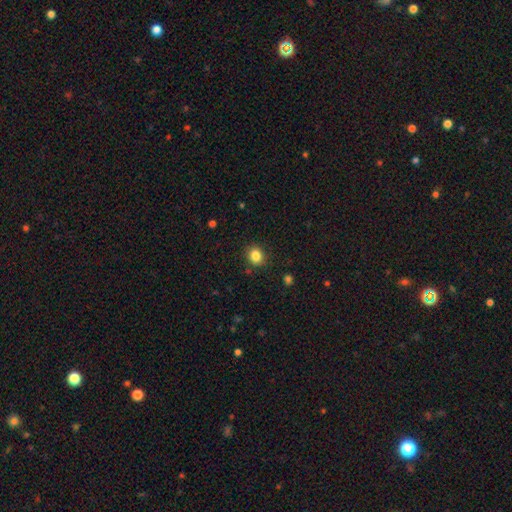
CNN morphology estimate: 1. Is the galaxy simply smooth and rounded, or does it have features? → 85% smooth, 11% star or artifact, 5% featured or disk.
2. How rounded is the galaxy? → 67% round, 32% in between, 1% cigar-shaped.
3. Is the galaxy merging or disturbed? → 88% none, 8% minor disturbance, 3% major disturbance, 1% merger.